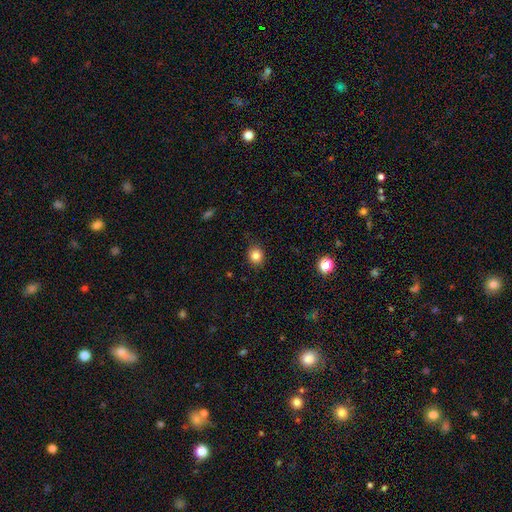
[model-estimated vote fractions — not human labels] Smooth or featured? Predicted: smooth (p=0.84). How rounded? Predicted: round (p=0.77). Merging? Predicted: none (p=0.86).